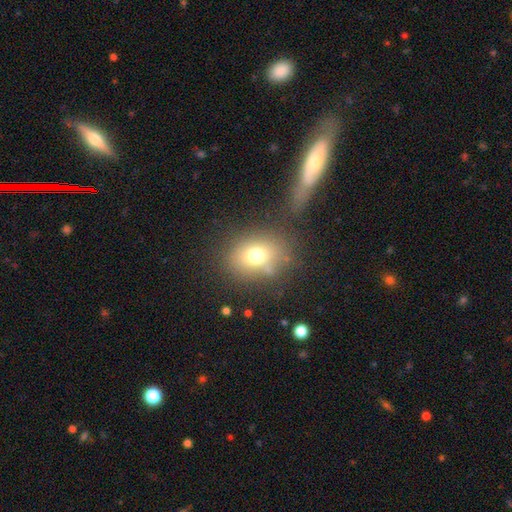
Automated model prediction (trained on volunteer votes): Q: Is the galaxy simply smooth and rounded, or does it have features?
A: smooth — 71%.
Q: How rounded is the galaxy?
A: round — 53%.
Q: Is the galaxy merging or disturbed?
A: none — 71%.